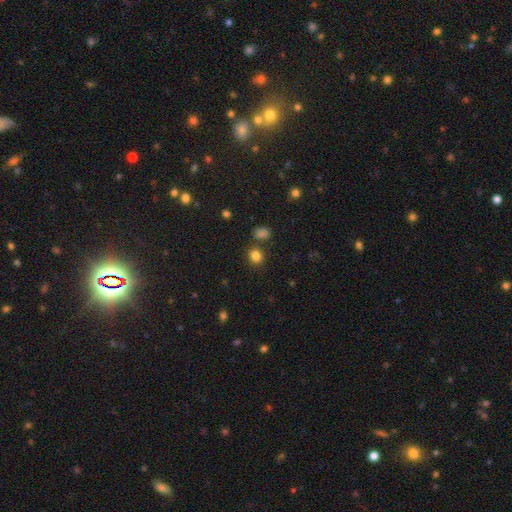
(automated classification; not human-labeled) Smooth or featured: smooth — 83% (star or artifact — 13%)
How rounded: round — 71% (in between — 28%)
Merging: none — 79% (minor disturbance — 9%)